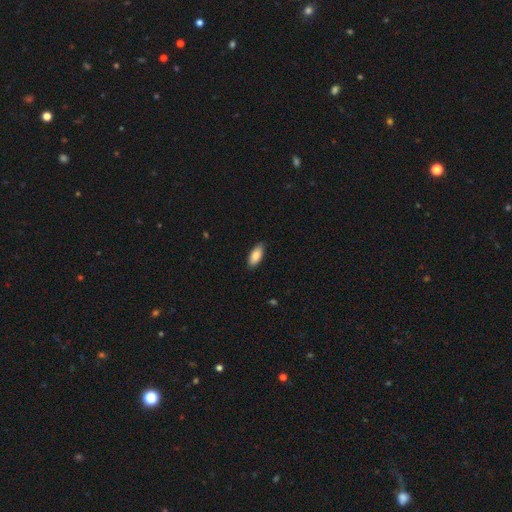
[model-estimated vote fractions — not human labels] Smooth or featured? smooth (86%)
How rounded? in between (85%)
Merging? none (87%)